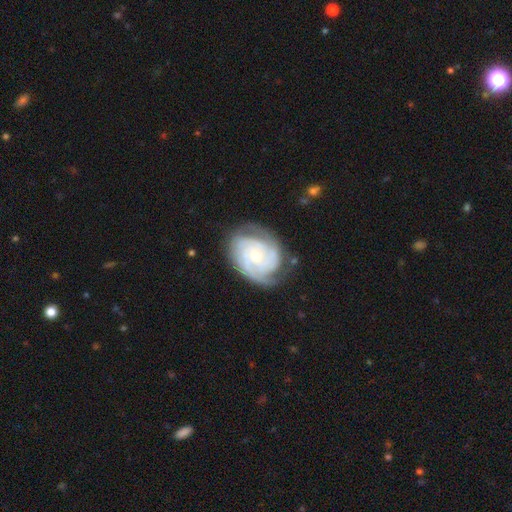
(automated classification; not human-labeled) Q: Smooth or featured?
A: featured or disk (88%); runner-up: smooth (8%)
Q: Edge-on disk?
A: no (98%); runner-up: yes (2%)
Q: Bar?
A: no (73%); runner-up: weak (22%)
Q: Spiral arms?
A: yes (97%); runner-up: no (3%)
Q: Spiral winding?
A: tight (73%); runner-up: medium (23%)
Q: Spiral arm count?
A: 3 (34%); runner-up: 2 (26%)
Q: Bulge size?
A: small (55%); runner-up: moderate (41%)
Q: Merging?
A: none (72%); runner-up: minor disturbance (20%)